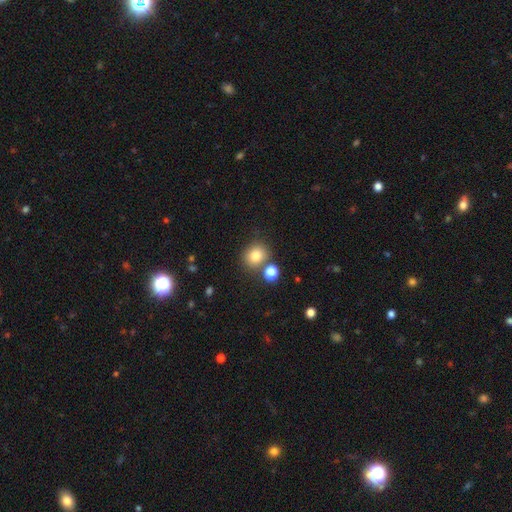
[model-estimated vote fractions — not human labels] smooth-or-featured: smooth: 82% | star or artifact: 12% | featured or disk: 7%
  how-rounded: round: 77% | in between: 22% | cigar-shaped: 1%
  merging: none: 71% | merger: 15% | minor disturbance: 10% | major disturbance: 4%